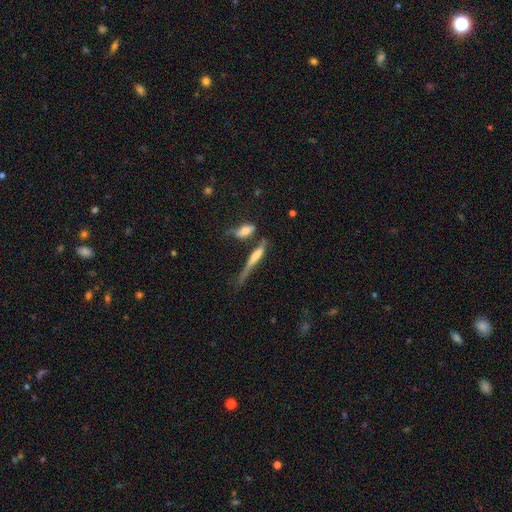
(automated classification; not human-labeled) A smooth galaxy with no disk features (47%). Merging: none (42%).